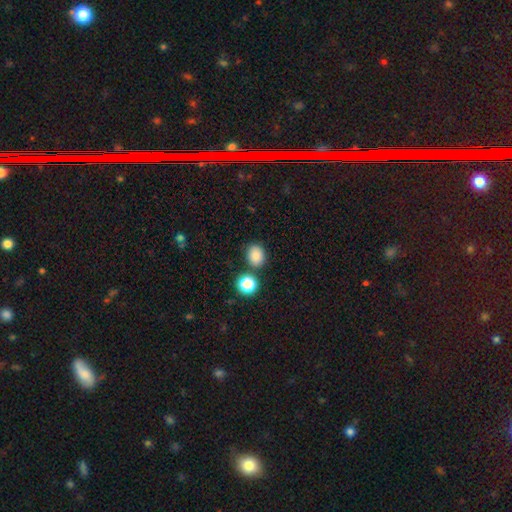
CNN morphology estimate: This appears to be a smooth galaxy with no disk features (84%) that is round (55%). Merging: none (77%).